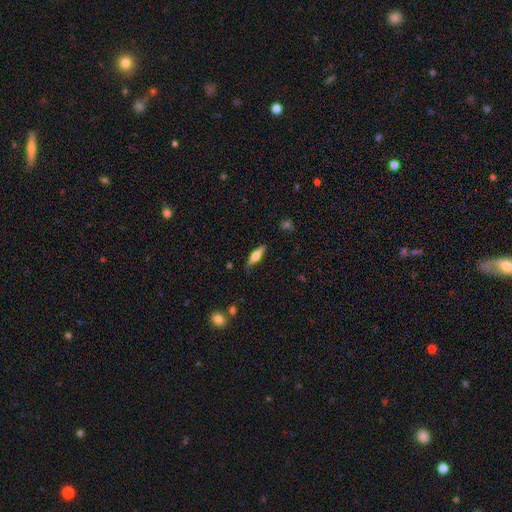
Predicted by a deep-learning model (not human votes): smooth-or-featured: featured or disk: 48% | smooth: 46% | star or artifact: 6%
  merging: none: 83% | minor disturbance: 13% | major disturbance: 3% | merger: 2%